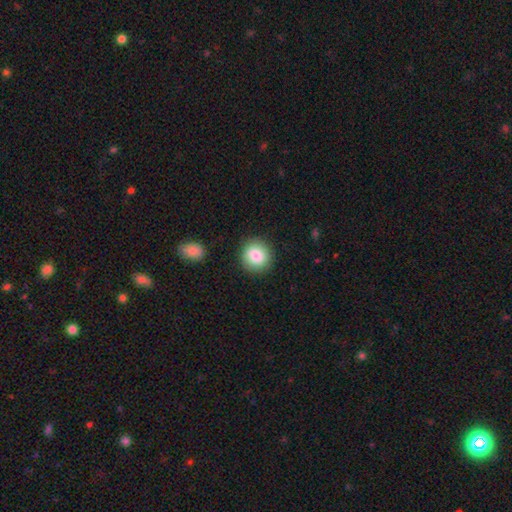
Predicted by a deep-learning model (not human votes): Smooth or featured?
  - smooth: 85% *
  - star or artifact: 8%
  - featured or disk: 7%
How rounded?
  - round: 89% *
  - in between: 10%
  - cigar-shaped: 1%
Merging?
  - none: 88% *
  - minor disturbance: 8%
  - major disturbance: 2%
  - merger: 2%